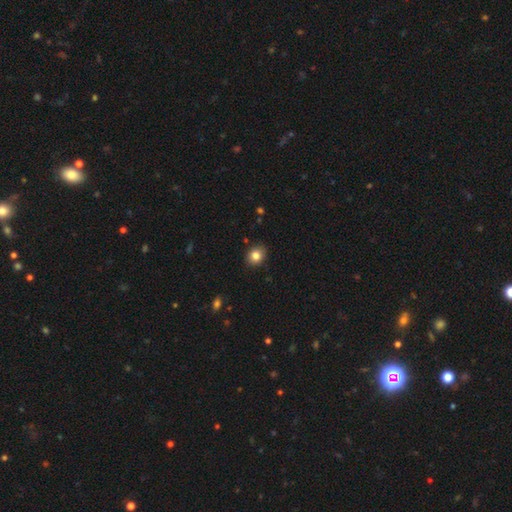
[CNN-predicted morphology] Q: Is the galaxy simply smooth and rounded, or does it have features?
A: smooth — 83%.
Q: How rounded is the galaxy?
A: round — 57%.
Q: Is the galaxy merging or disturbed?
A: none — 88%.